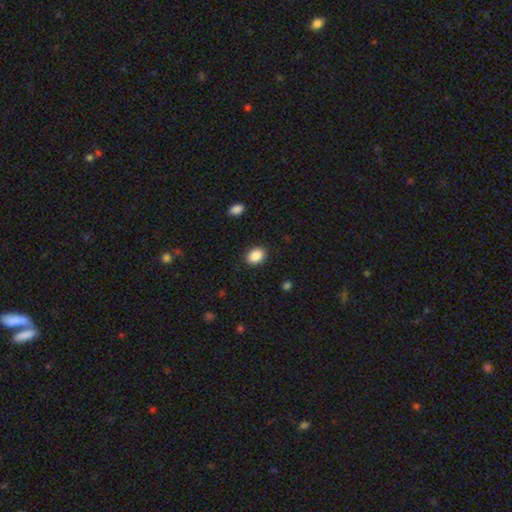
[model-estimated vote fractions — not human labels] A smooth galaxy with no disk features (89%) that is in between round and cigar-shaped (73%). Merging: none (88%).